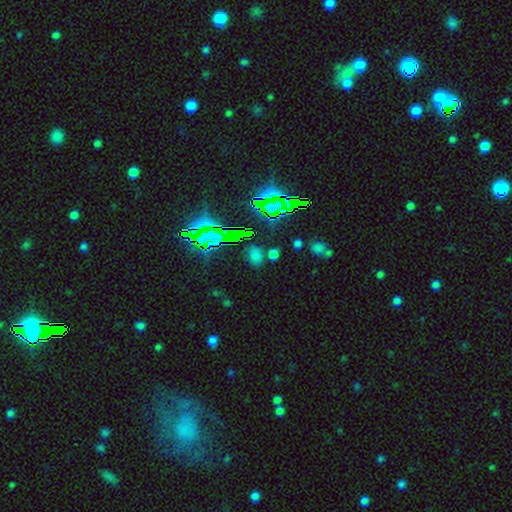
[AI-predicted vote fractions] Smooth or featured? Predicted: star or artifact (p=0.48).